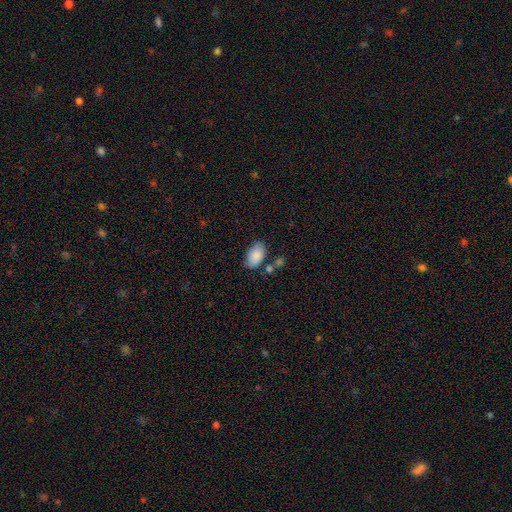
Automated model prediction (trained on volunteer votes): Smooth or featured: smooth — 87% (star or artifact — 6%)
How rounded: in between — 93% (round — 5%)
Merging: none — 68% (minor disturbance — 18%)